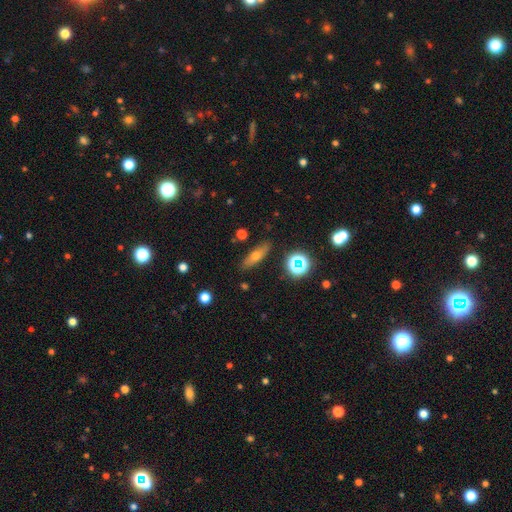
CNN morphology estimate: type=smooth (58%); roundness=cigar-shaped (50%); merging=none (86%).